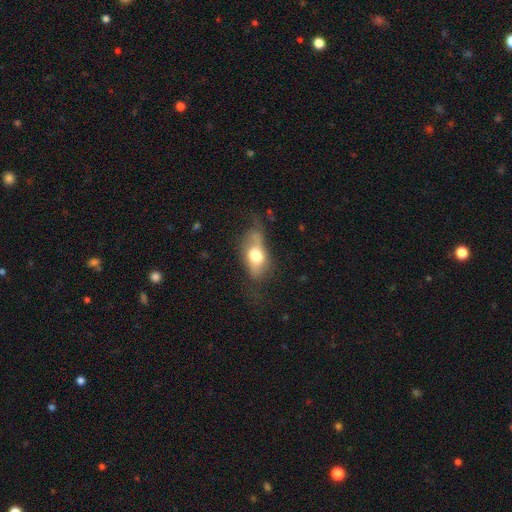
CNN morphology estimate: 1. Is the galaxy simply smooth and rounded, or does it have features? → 58% smooth, 34% featured or disk, 8% star or artifact.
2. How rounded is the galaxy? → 82% in between, 9% round, 9% cigar-shaped.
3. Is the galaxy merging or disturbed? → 42% none, 31% minor disturbance, 24% major disturbance, 4% merger.